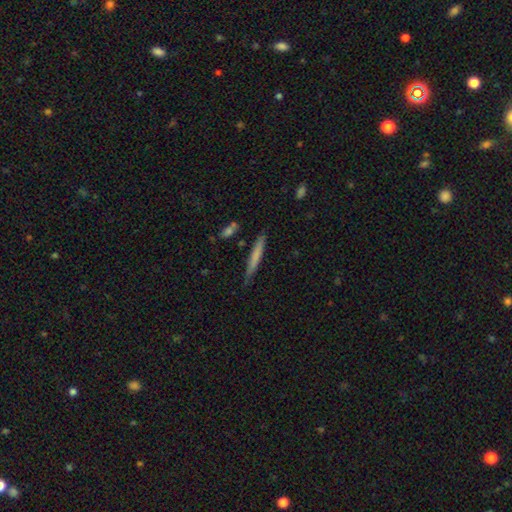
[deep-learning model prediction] This appears to be a smooth galaxy with no disk features (67%) that is cigar-shaped (95%). Merging: none (82%).